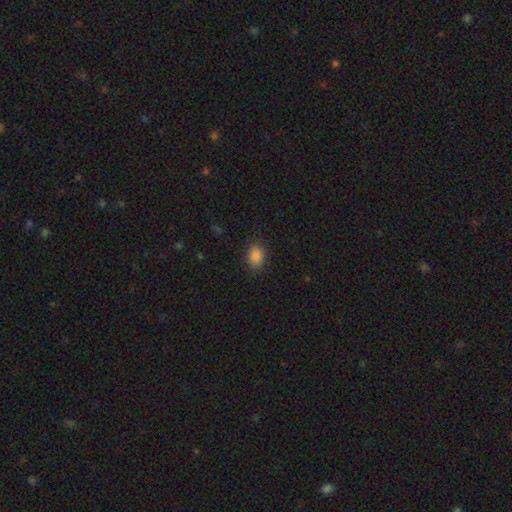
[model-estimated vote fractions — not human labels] This appears to be a smooth galaxy with no disk features (87%) that is in between round and cigar-shaped (66%). Merging: none (85%).